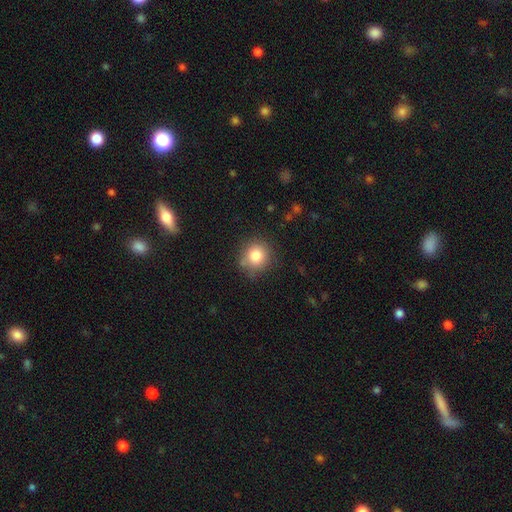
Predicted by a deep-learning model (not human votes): Q: Smooth or featured?
A: smooth (81%); runner-up: star or artifact (11%)
Q: How rounded?
A: round (90%); runner-up: in between (9%)
Q: Merging?
A: none (80%); runner-up: minor disturbance (13%)